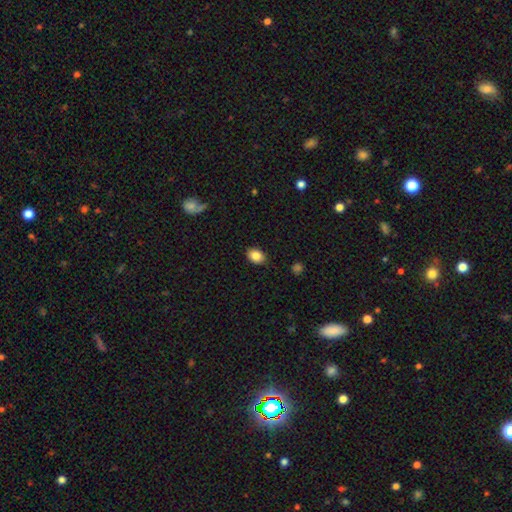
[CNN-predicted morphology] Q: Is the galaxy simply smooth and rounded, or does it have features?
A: smooth — 85%.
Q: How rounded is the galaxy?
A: in between — 68%.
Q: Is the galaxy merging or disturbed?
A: none — 86%.